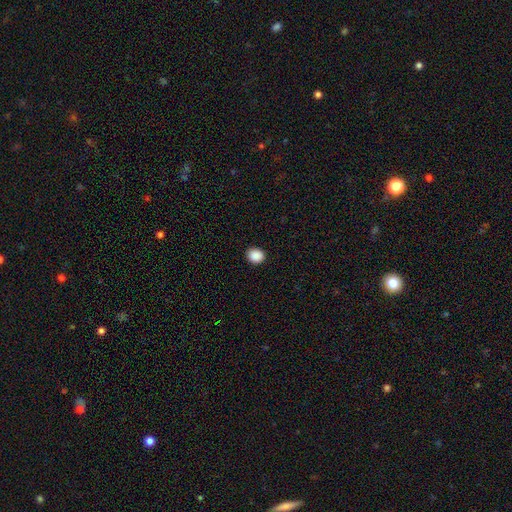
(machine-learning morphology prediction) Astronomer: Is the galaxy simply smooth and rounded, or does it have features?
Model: smooth — 89%.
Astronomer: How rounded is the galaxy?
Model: round — 75%.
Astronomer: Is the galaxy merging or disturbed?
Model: none — 92%.